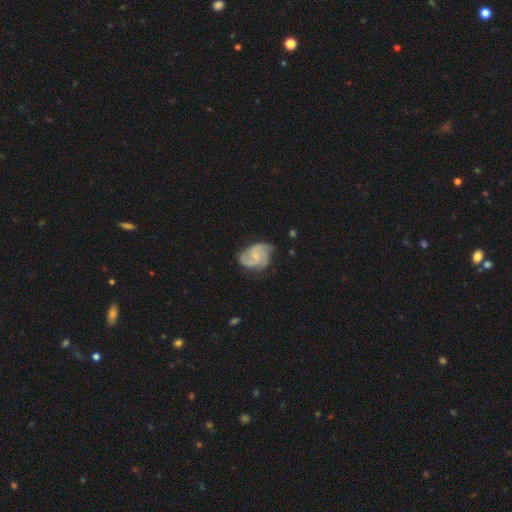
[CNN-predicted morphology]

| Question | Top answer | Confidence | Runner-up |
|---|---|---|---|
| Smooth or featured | featured or disk | 86% | smooth (9%) |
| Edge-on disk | no | 98% | yes (2%) |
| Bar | no | 58% | weak (36%) |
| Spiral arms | yes | 97% | no (3%) |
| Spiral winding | medium | 50% | tight (38%) |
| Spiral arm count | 2 | 43% | 3 (39%) |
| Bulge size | small | 67% | moderate (21%) |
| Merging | none | 66% | minor disturbance (24%) |